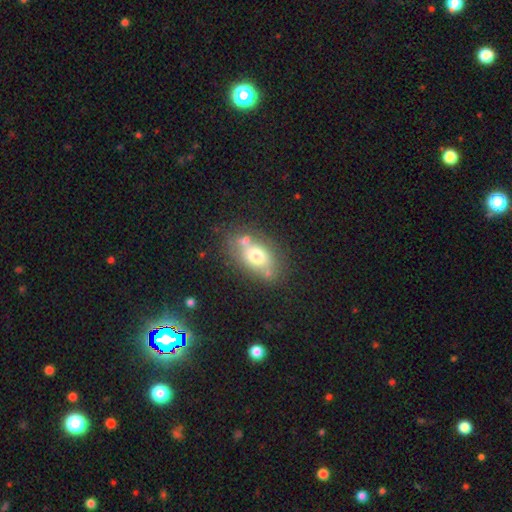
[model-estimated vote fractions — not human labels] smooth-or-featured: smooth: 67% | featured or disk: 22% | star or artifact: 10%
  how-rounded: in between: 82% | round: 15% | cigar-shaped: 2%
  merging: none: 60% | merger: 17% | minor disturbance: 17% | major disturbance: 6%